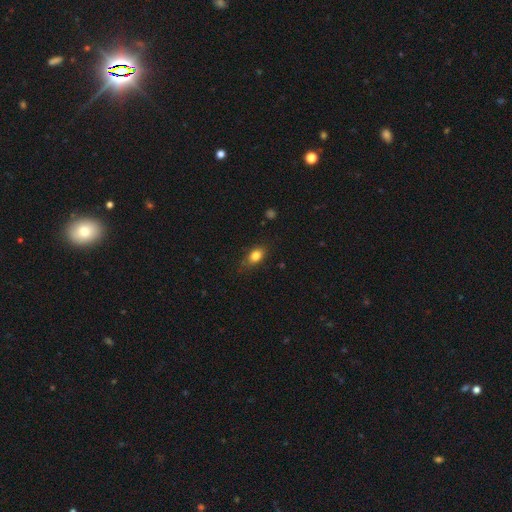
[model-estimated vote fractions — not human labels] This is clearly a smooth galaxy (82%). How rounded: likely in between (78%). Merging: likely none (74%).